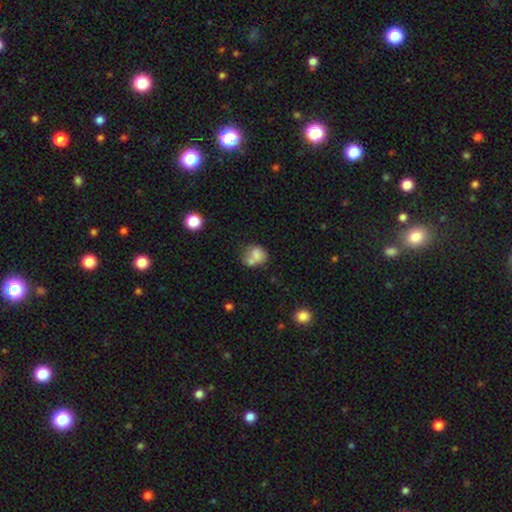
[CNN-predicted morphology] Overall: smooth (72%). How rounded: round (58%; in between 41%). Merging: merger (47%; none 31%).